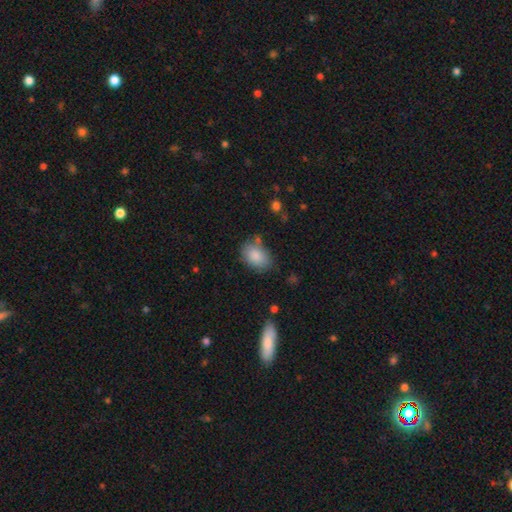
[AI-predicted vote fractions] This is clearly a smooth galaxy (86%). How rounded: clearly in between (82%). Merging: likely none (66%).